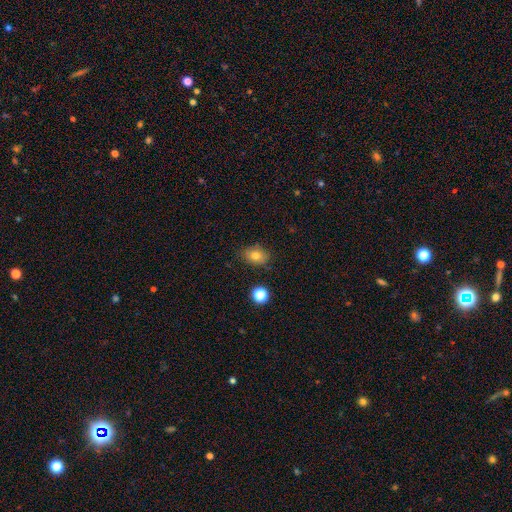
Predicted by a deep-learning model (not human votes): smooth 78%, star or artifact 12%, featured or disk 10%. Down the decision tree: how rounded — in between (67%); merging — none (82%).